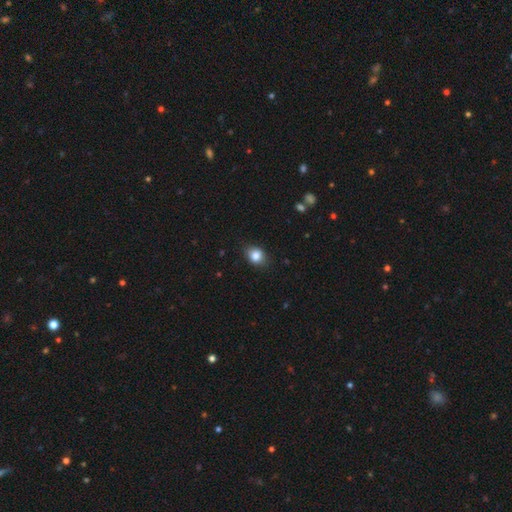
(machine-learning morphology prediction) This is clearly a smooth galaxy (84%). How rounded: possibly in between (50%). Merging: clearly none (81%).